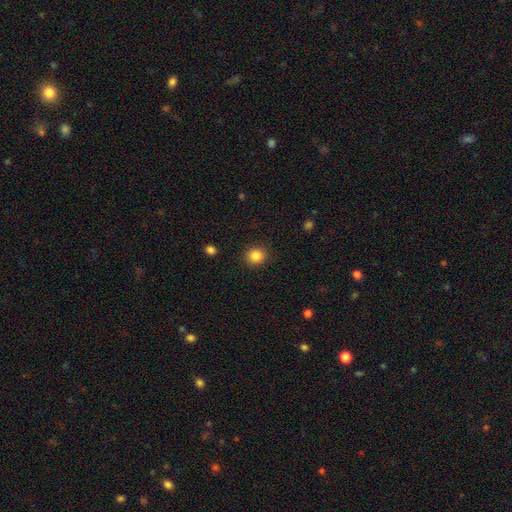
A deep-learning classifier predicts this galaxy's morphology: Overall: smooth (85%). How rounded: round (85%). Merging: none (90%).